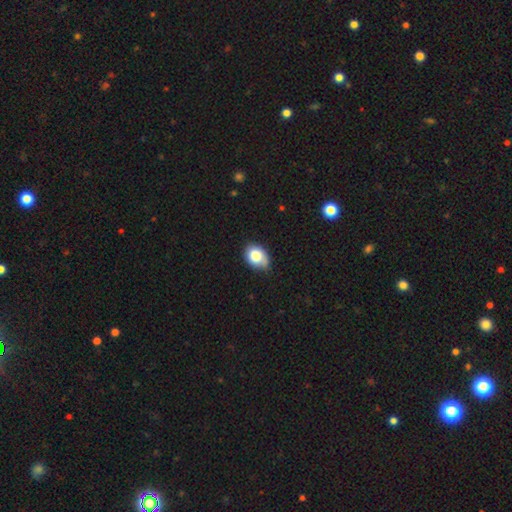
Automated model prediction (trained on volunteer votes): smooth_or_featured: smooth (p=0.81) [alt: featured or disk p=0.10]
how_rounded: in between (p=0.69) [alt: round p=0.30]
merging: none (p=0.57) [alt: minor disturbance p=0.35]